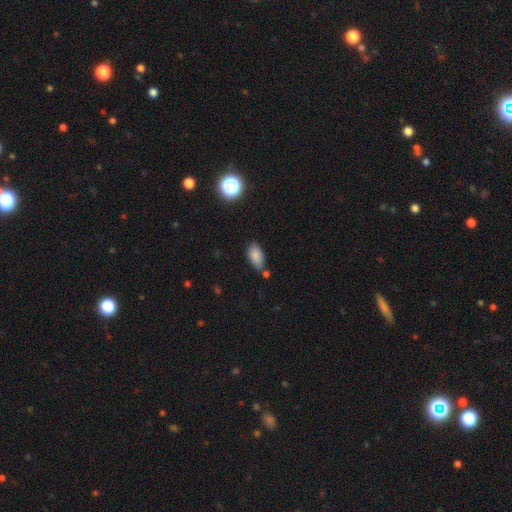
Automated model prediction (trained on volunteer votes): smooth-or-featured: smooth: 84% | star or artifact: 9% | featured or disk: 7%
  how-rounded: in between: 91% | cigar-shaped: 5% | round: 4%
  merging: none: 64% | minor disturbance: 21% | merger: 10% | major disturbance: 4%